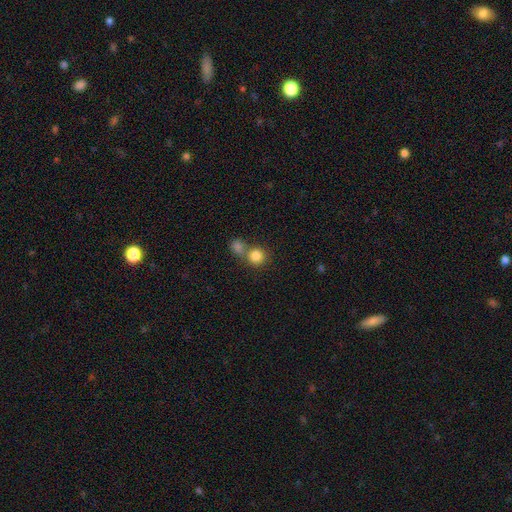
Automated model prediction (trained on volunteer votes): smooth_or_featured: smooth (p=0.83) [alt: star or artifact p=0.10]
how_rounded: round (p=0.90) [alt: in between p=0.09]
merging: none (p=0.52) [alt: merger p=0.38]